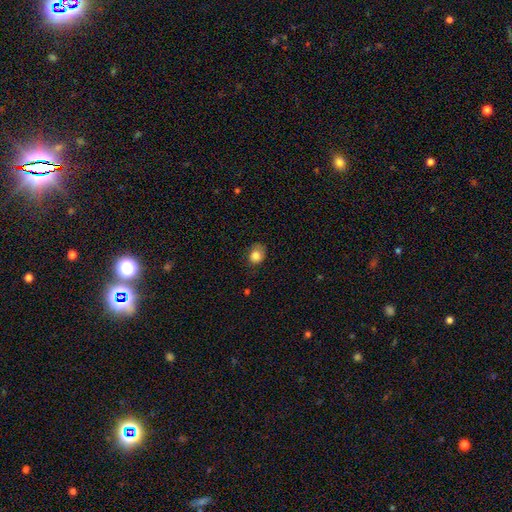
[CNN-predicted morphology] Smooth or featured?
  - smooth: 84% *
  - star or artifact: 9%
  - featured or disk: 6%
How rounded?
  - round: 55% *
  - in between: 44%
  - cigar-shaped: 1%
Merging?
  - none: 59% *
  - minor disturbance: 30%
  - major disturbance: 10%
  - merger: 1%